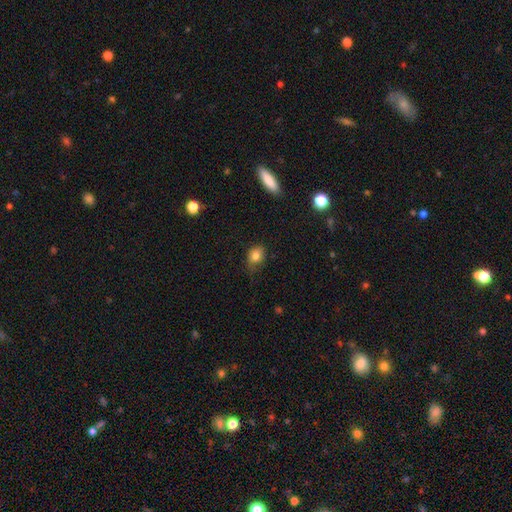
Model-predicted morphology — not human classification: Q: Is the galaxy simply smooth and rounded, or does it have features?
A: smooth — 81%.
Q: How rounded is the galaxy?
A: in between — 64%.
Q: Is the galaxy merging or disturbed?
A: none — 66%.